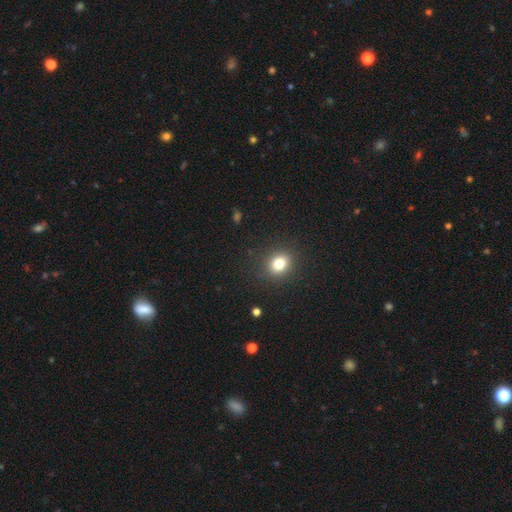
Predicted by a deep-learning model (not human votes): This appears to be a smooth galaxy with no disk features (62%) that is round (89%). Merging: none (91%).